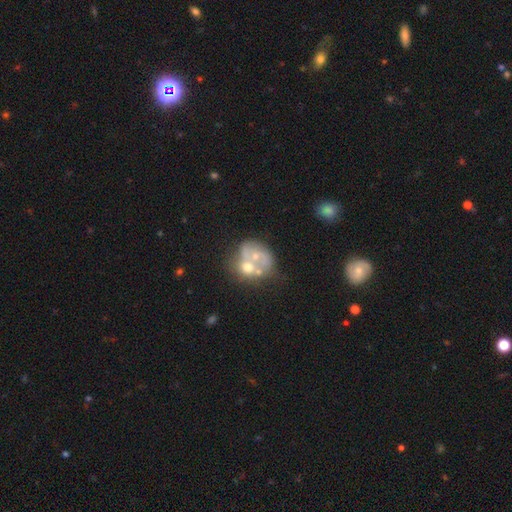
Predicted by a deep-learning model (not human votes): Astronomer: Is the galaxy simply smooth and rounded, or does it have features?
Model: featured or disk — 58%.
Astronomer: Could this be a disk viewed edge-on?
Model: no — 98%.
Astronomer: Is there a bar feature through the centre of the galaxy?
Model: no — 86%.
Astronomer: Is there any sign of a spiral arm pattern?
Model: no — 73%.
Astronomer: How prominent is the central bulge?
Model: moderate — 47% (runner-up: small, 33%).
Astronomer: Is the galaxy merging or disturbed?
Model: merger — 49% (runner-up: none, 24%).